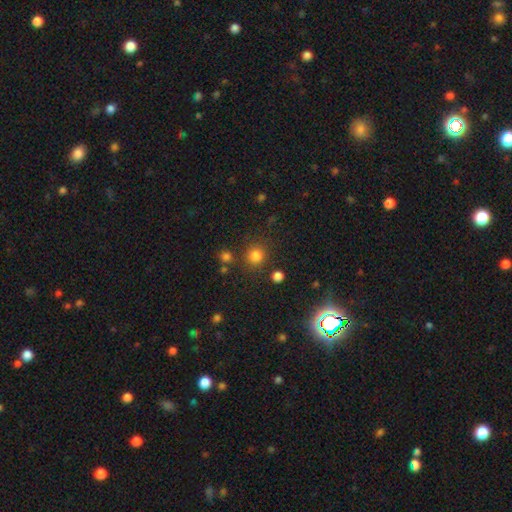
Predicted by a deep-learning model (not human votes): The model was most divided on "smooth or featured": smooth: 81%, star or artifact: 14%, featured or disk: 5%. More confident: how rounded — round (91%); merging — none (82%).